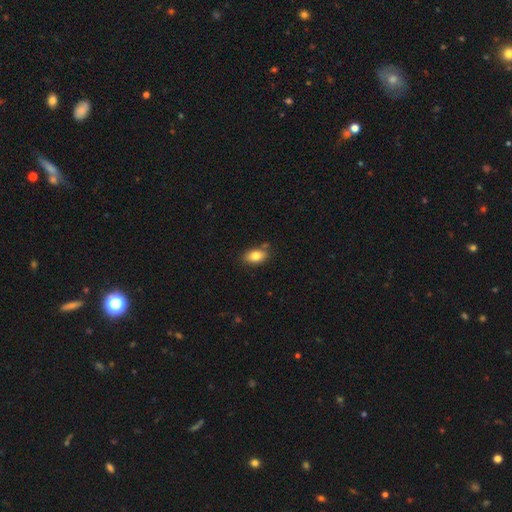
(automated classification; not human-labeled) smooth 82%, featured or disk 10%, star or artifact 8%. Down the decision tree: how rounded — in between (89%); merging — none (76%).